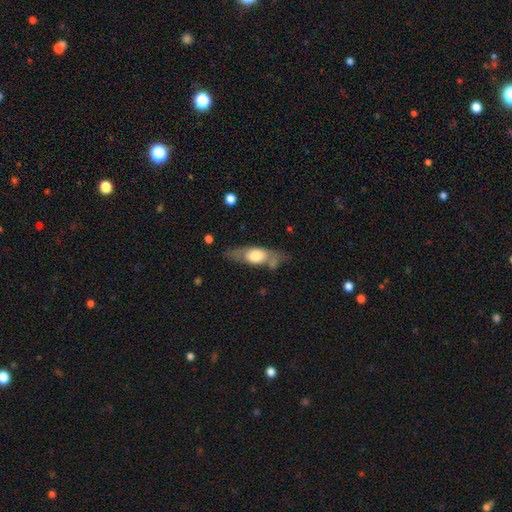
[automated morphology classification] Overall: smooth (49%; featured or disk 45%). Merging: none (63%).